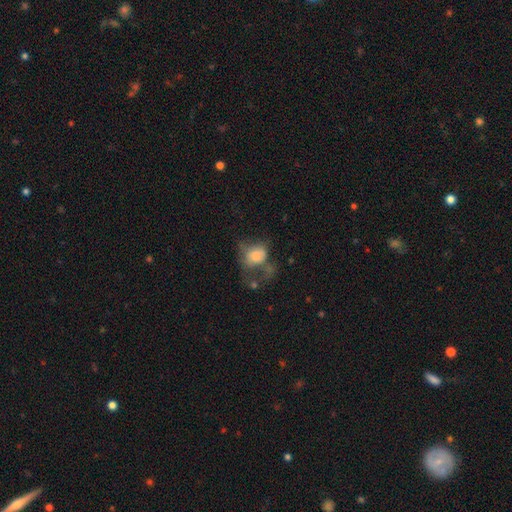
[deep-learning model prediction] smooth_or_featured: smooth (p=0.62) [alt: featured or disk p=0.28]
how_rounded: in between (p=0.58) [alt: round p=0.41]
merging: major disturbance (p=0.50) [alt: none p=0.19]